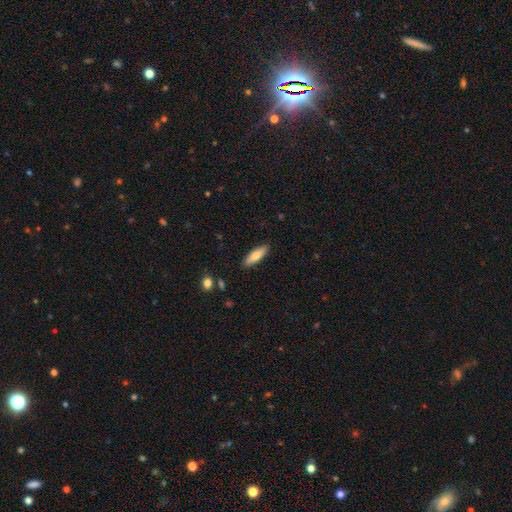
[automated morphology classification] Smooth or featured? Predicted: smooth (p=0.75). How rounded? Predicted: cigar-shaped (p=0.53). Merging? Predicted: none (p=0.88).